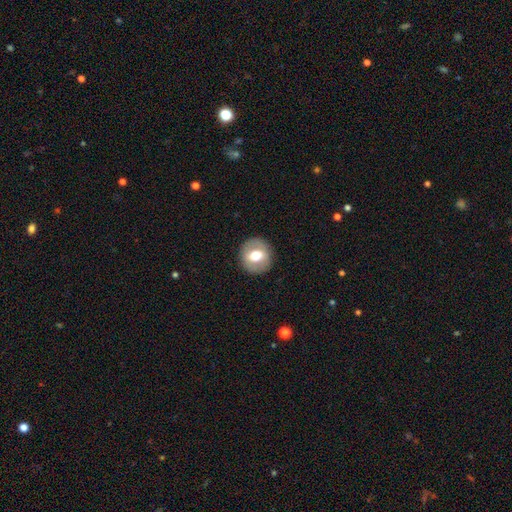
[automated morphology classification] A smooth galaxy with no disk features (57%) that is round (85%). Merging: none (89%).